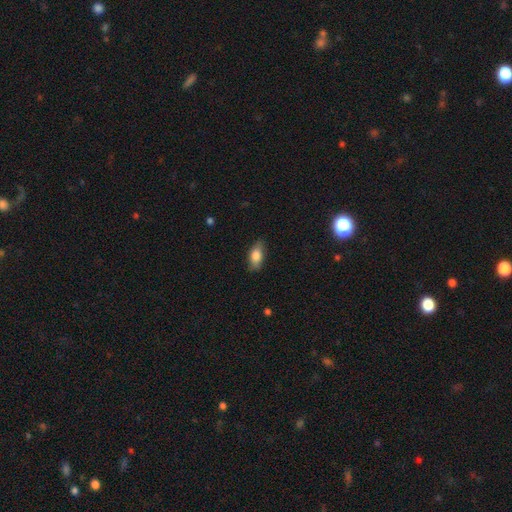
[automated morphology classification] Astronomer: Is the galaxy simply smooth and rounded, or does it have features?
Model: smooth — 80%.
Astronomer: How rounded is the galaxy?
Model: in between — 86%.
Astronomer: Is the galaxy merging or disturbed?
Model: none — 82%.